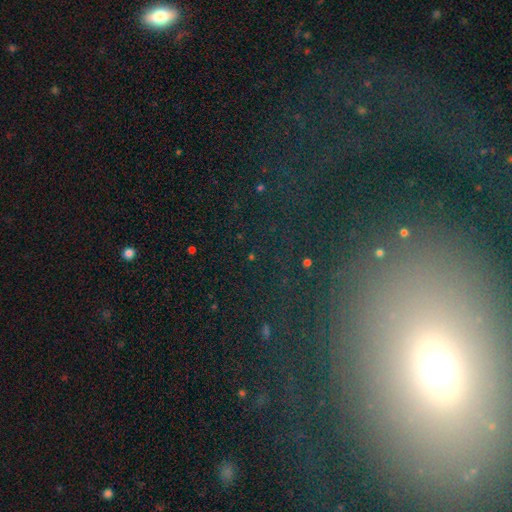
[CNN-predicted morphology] Q: Smooth or featured?
A: star or artifact (66%); runner-up: smooth (19%)